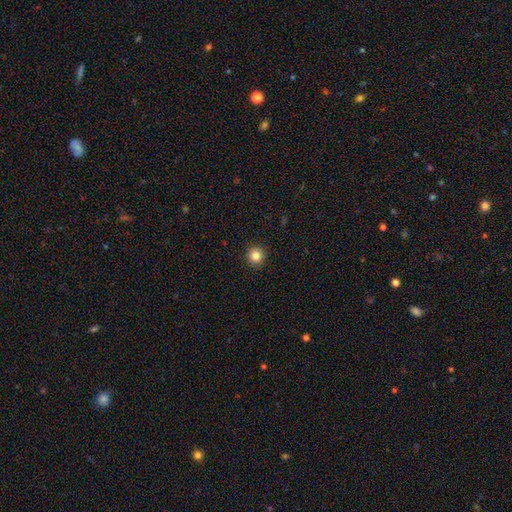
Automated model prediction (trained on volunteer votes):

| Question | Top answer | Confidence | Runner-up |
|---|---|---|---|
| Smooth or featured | smooth | 84% | star or artifact (11%) |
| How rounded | round | 95% | in between (4%) |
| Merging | none | 93% | minor disturbance (4%) |